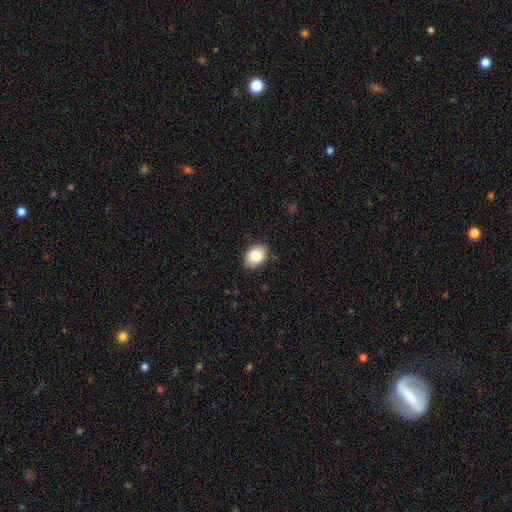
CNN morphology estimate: smooth_or_featured: smooth (p=0.84) [alt: featured or disk p=0.08]
how_rounded: in between (p=0.75) [alt: round p=0.24]
merging: none (p=0.87) [alt: minor disturbance p=0.10]